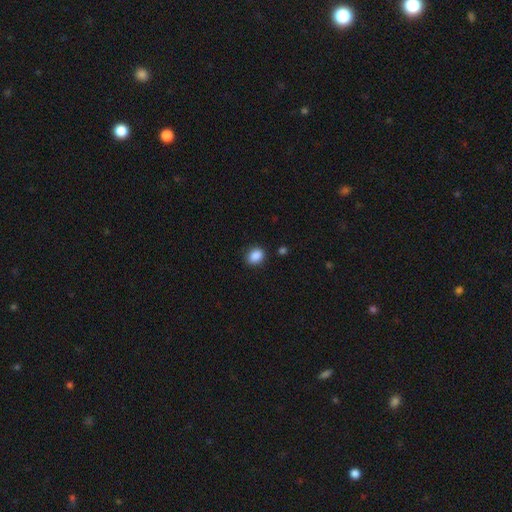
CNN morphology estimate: smooth 88%, star or artifact 9%, featured or disk 3%. Down the decision tree: how rounded — round (50%); merging — none (85%).